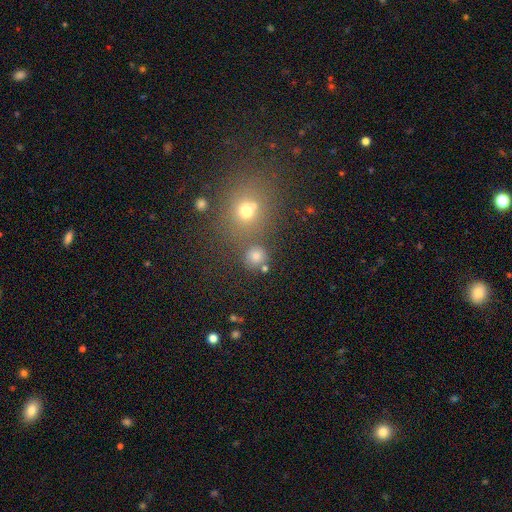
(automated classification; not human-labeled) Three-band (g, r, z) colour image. It shows a smooth galaxy with no disk features (72%) that is round (90%). Merging: none (74%).